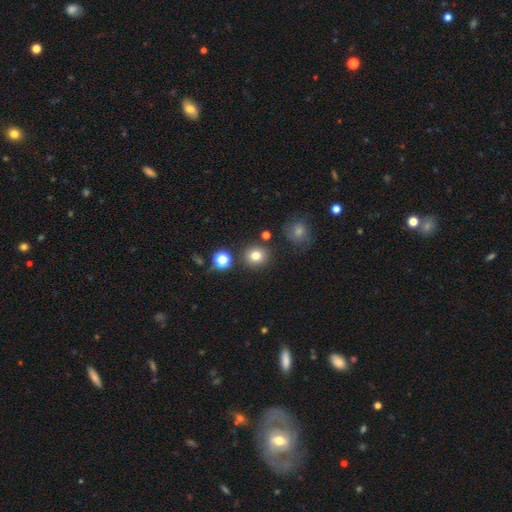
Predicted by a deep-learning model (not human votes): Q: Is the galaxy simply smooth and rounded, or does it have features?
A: smooth — 78%.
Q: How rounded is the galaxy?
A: round — 85%.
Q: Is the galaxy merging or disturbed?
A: none — 84%.